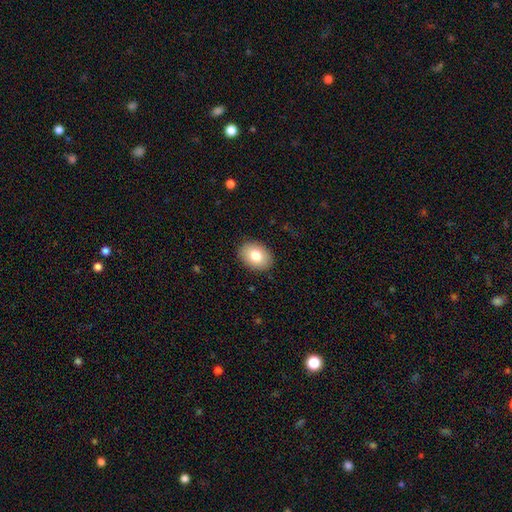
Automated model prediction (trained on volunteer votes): Q: Smooth or featured?
A: smooth (80%); runner-up: featured or disk (12%)
Q: How rounded?
A: in between (74%); runner-up: round (25%)
Q: Merging?
A: none (89%); runner-up: minor disturbance (8%)